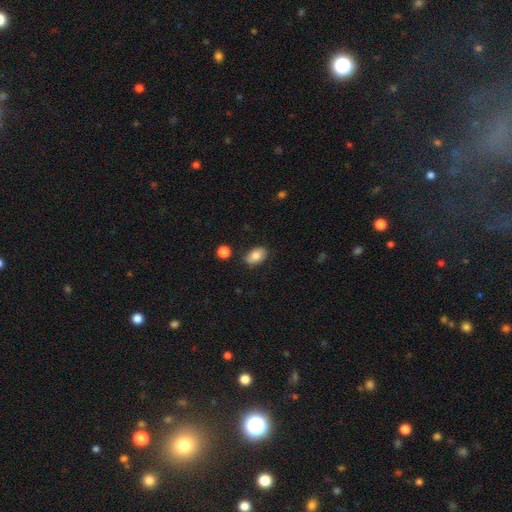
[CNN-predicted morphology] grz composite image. It shows a smooth galaxy with no disk features (81%) that is in between round and cigar-shaped (88%). Merging: none (80%).